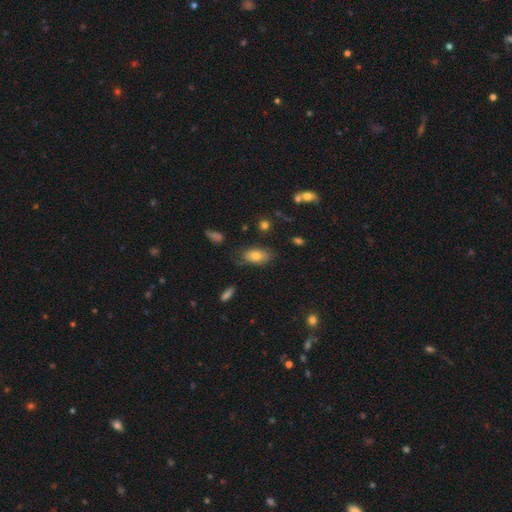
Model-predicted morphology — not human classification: Smooth or featured? smooth (72%)
How rounded? in between (90%)
Merging? none (66%)